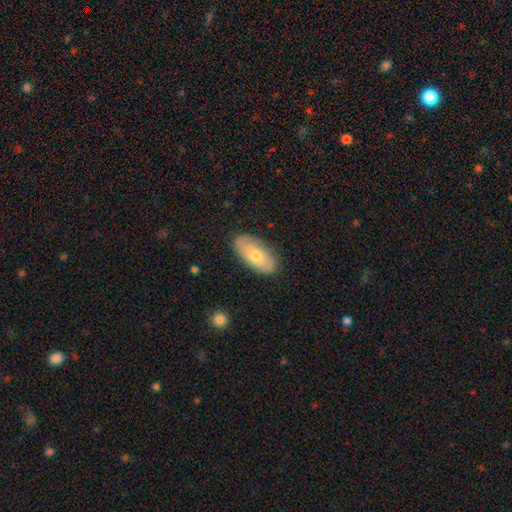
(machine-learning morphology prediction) Q: Smooth or featured?
A: smooth (58%); runner-up: featured or disk (36%)
Q: How rounded?
A: in between (91%); runner-up: cigar-shaped (6%)
Q: Merging?
A: none (83%); runner-up: minor disturbance (13%)